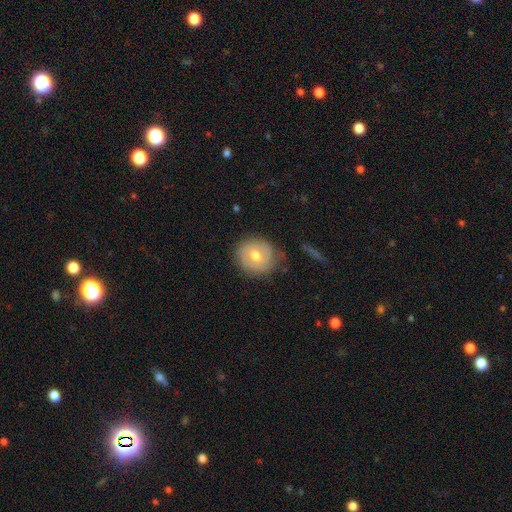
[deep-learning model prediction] Smooth or featured?
  - smooth: 53% *
  - featured or disk: 39%
  - star or artifact: 8%
How rounded?
  - round: 82% *
  - in between: 17%
  - cigar-shaped: 1%
Merging?
  - none: 76% *
  - minor disturbance: 17%
  - major disturbance: 5%
  - merger: 2%